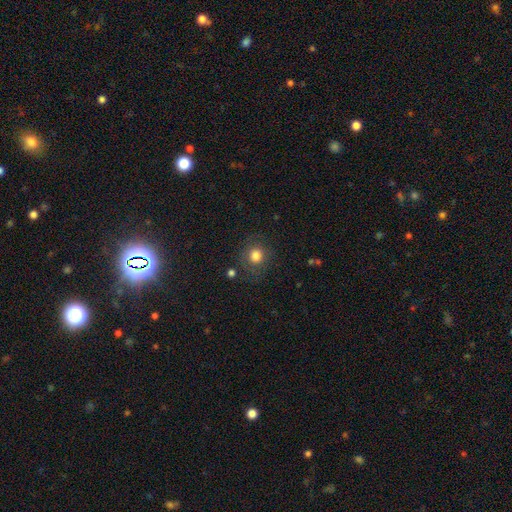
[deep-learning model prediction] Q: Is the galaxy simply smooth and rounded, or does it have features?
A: smooth — 81%.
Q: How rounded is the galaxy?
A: round — 87%.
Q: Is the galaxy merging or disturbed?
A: none — 82%.